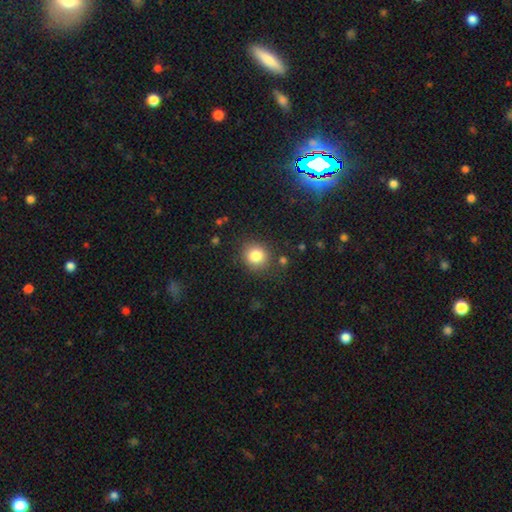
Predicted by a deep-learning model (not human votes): Smooth or featured: smooth — 83% (star or artifact — 11%)
How rounded: round — 84% (in between — 15%)
Merging: none — 85% (minor disturbance — 9%)